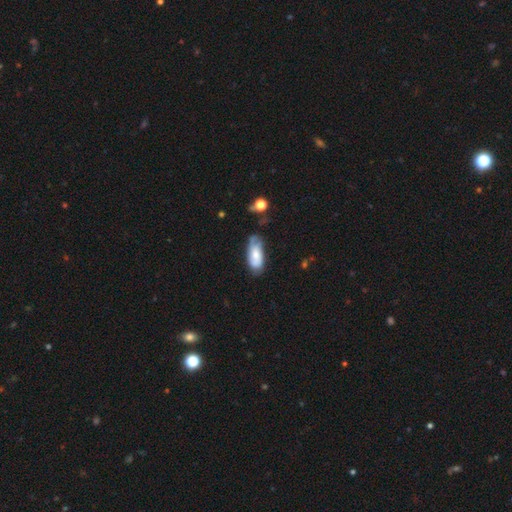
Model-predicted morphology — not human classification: Smooth or featured? Predicted: smooth (p=0.56). How rounded? Predicted: in between (p=0.84). Merging? Predicted: none (p=0.54).